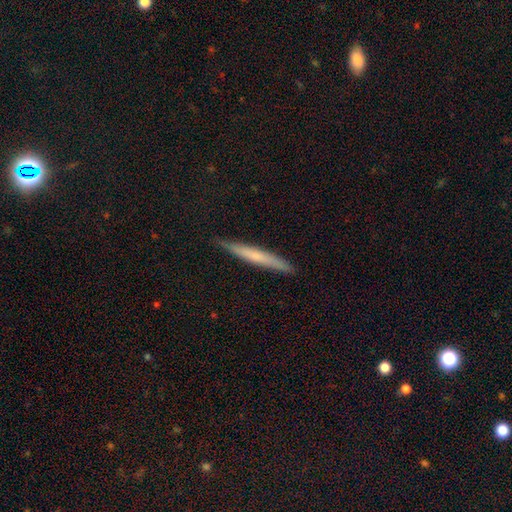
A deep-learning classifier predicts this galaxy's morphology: Overall: smooth (57%; featured or disk 37%). How rounded: cigar-shaped (96%). Merging: none (87%).